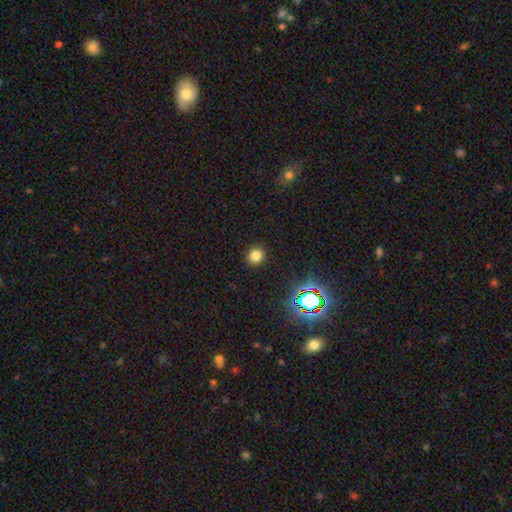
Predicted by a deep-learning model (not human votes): This appears to be a smooth galaxy with no disk features (78%) that is round (89%). Merging: none (91%).